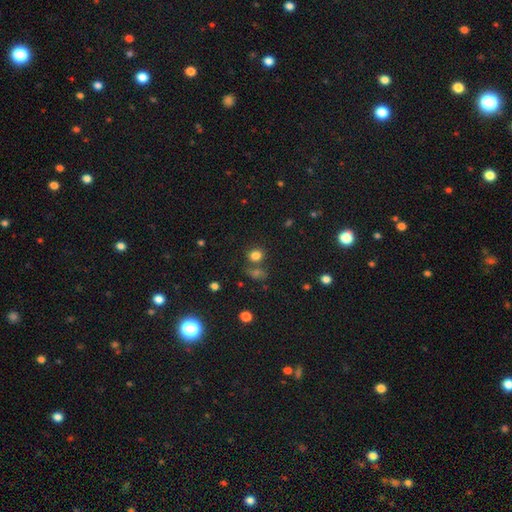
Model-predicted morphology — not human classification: type=smooth (78%); roundness=round (72%); merging=none (65%).